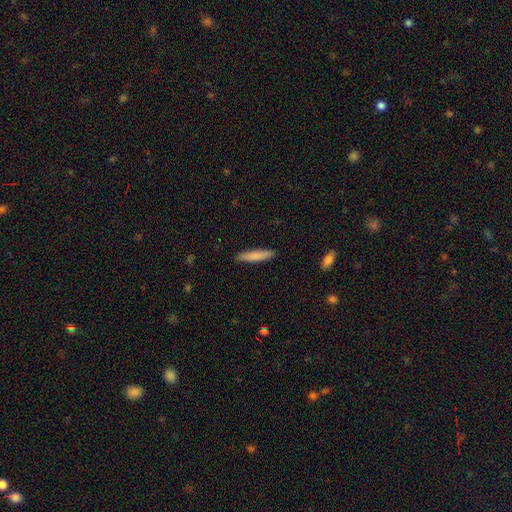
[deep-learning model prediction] A smooth galaxy with no disk features (82%) that is cigar-shaped (88%).

Vote fractions:
- Smooth or featured? smooth: 82% / featured or disk: 12% / star or artifact: 6%
- How rounded? cigar-shaped: 88% / in between: 11% / round: 1%
- Merging? none: 90% / minor disturbance: 7% / major disturbance: 2% / merger: 1%